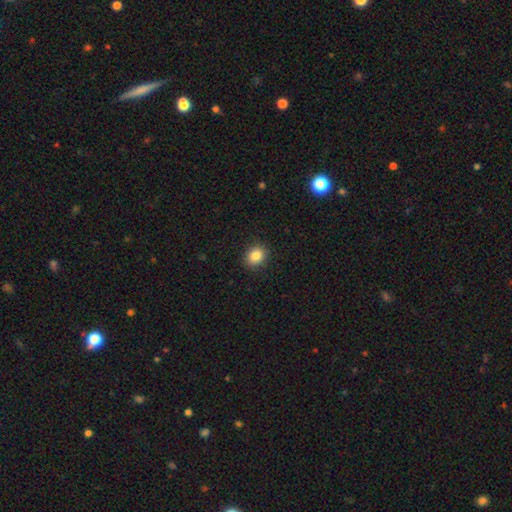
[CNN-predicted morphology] Overall: smooth (85%). How rounded: round (60%; in between 39%). Merging: none (90%).